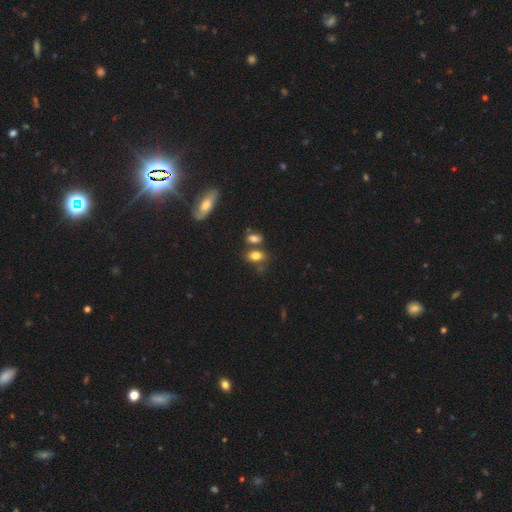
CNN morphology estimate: This appears to be a smooth galaxy with no disk features (79%) that is in between round and cigar-shaped (82%). Merging: none (53%).